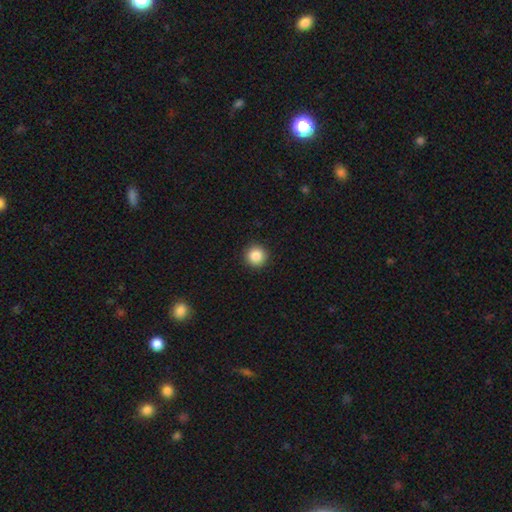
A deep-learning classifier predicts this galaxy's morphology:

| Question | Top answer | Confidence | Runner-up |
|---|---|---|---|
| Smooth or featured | smooth | 87% | star or artifact (9%) |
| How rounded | round | 96% | in between (3%) |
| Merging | none | 93% | minor disturbance (4%) |